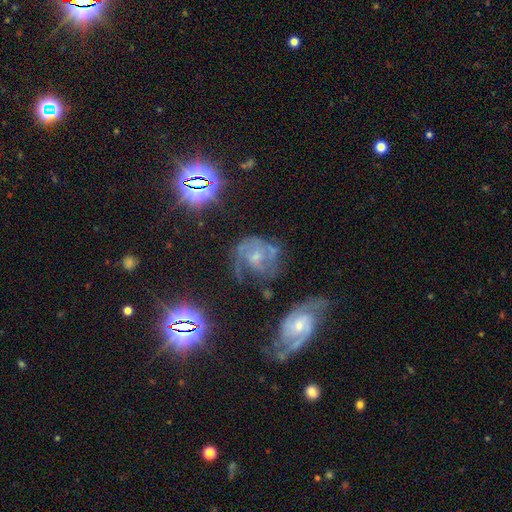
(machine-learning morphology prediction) type=featured or disk (69%); edge-on=no (97%); bar=no (62%); spiral arms=yes (87%); winding=medium (45%); arm count=2 (37%); bulge=small (56%); merging=none (42%).